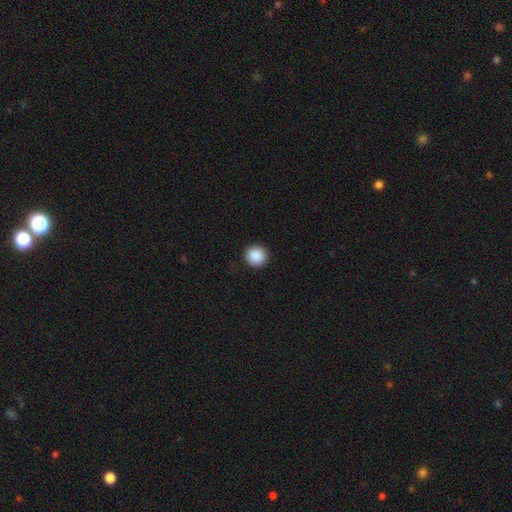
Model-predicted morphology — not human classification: smooth_or_featured: smooth (p=0.89) [alt: star or artifact p=0.08]
how_rounded: round (p=0.95) [alt: in between p=0.04]
merging: none (p=0.92) [alt: minor disturbance p=0.05]